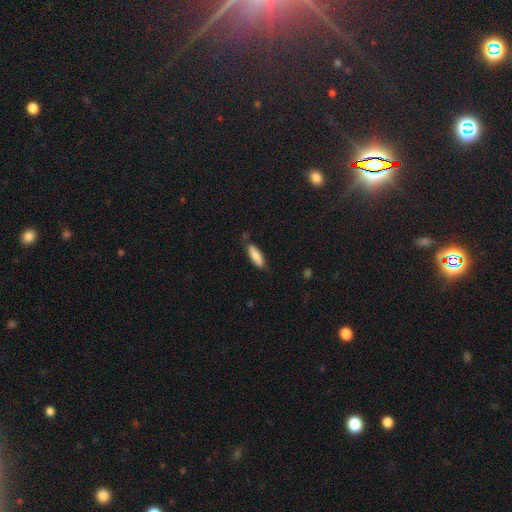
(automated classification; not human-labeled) The model was most divided on "how rounded": in between: 51%, cigar-shaped: 47%, round: 2%. More confident: smooth or featured — smooth (85%); merging — none (77%).